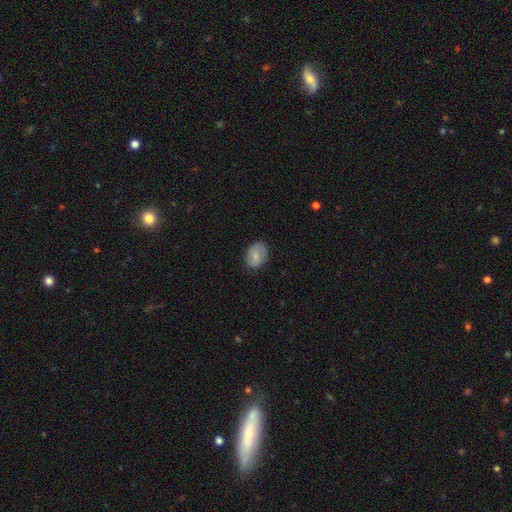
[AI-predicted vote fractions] Q: Smooth or featured?
A: smooth (76%); runner-up: featured or disk (16%)
Q: How rounded?
A: in between (71%); runner-up: round (28%)
Q: Merging?
A: none (80%); runner-up: minor disturbance (15%)